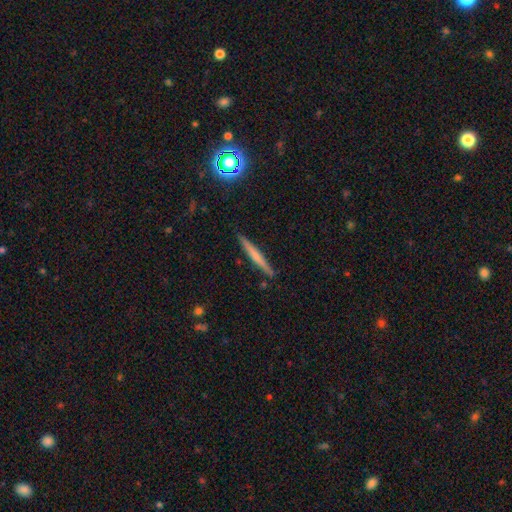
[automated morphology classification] A smooth galaxy with no disk features (52%) that is cigar-shaped (96%).

Vote fractions:
- Smooth or featured? smooth: 52% / featured or disk: 41% / star or artifact: 7%
- How rounded? cigar-shaped: 96% / in between: 3% / round: 2%
- Merging? none: 90% / minor disturbance: 7% / major disturbance: 1% / merger: 1%